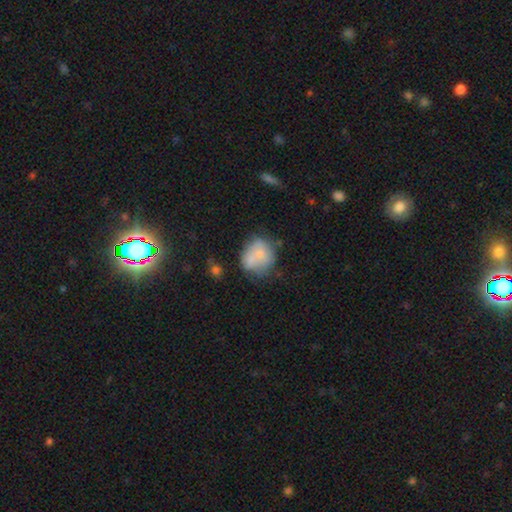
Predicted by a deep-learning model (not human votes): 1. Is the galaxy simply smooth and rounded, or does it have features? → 67% smooth, 25% featured or disk, 9% star or artifact.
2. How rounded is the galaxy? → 69% round, 30% in between, 1% cigar-shaped.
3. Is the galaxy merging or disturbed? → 40% none, 29% merger, 21% minor disturbance, 10% major disturbance.